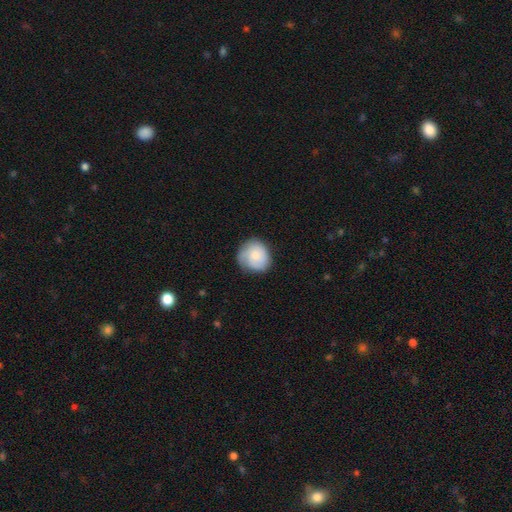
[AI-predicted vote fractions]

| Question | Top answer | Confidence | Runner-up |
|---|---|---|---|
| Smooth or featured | smooth | 63% | featured or disk (31%) |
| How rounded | round | 84% | in between (15%) |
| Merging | none | 68% | minor disturbance (24%) |